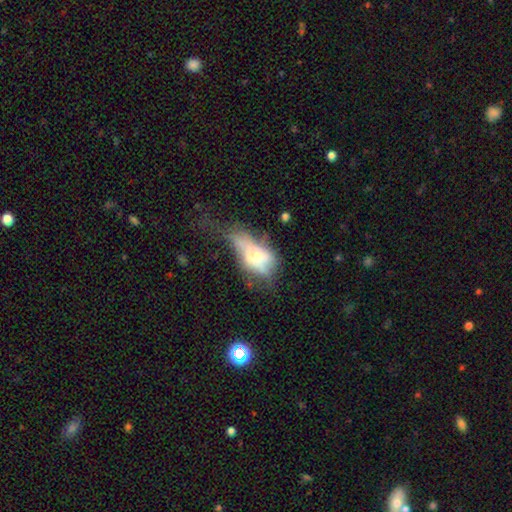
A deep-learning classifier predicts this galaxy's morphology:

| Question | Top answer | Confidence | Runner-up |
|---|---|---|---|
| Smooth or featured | smooth | 47% | featured or disk (43%) |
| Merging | major disturbance | 42% | minor disturbance (24%) |